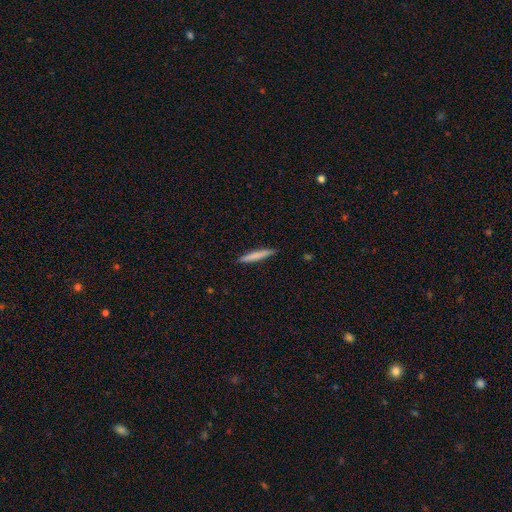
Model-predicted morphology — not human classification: A smooth galaxy with no disk features (74%) that is cigar-shaped (95%).

Vote fractions:
- Smooth or featured? smooth: 74% / featured or disk: 21% / star or artifact: 5%
- How rounded? cigar-shaped: 95% / in between: 4% / round: 1%
- Merging? none: 89% / minor disturbance: 8% / major disturbance: 2% / merger: 1%